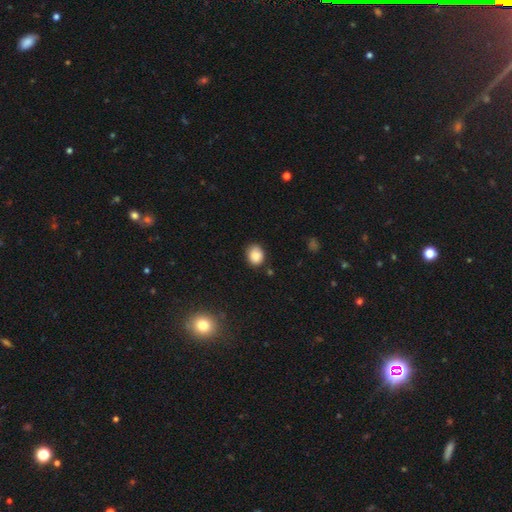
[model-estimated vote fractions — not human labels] Q: Smooth or featured?
A: smooth (86%); runner-up: star or artifact (9%)
Q: How rounded?
A: round (64%); runner-up: in between (35%)
Q: Merging?
A: none (74%); runner-up: minor disturbance (20%)